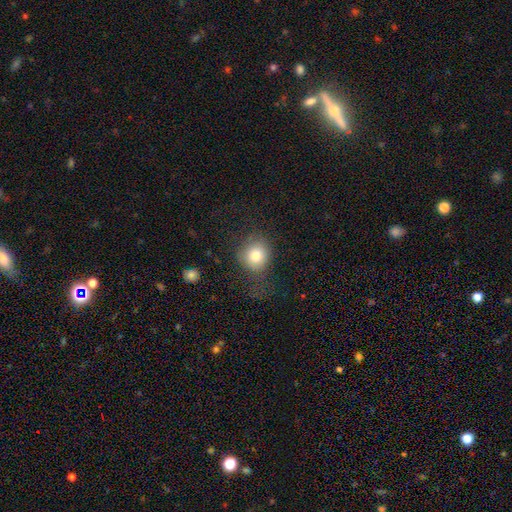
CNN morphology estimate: This appears to be a smooth galaxy with no disk features (79%) that is round (80%). Merging: none (65%).